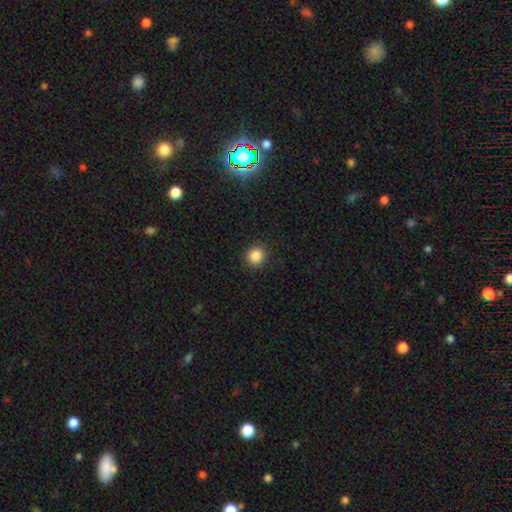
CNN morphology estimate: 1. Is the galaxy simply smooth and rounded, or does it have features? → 87% smooth, 10% star or artifact, 3% featured or disk.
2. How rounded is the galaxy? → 88% round, 11% in between, 1% cigar-shaped.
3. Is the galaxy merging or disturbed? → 90% none, 6% minor disturbance, 2% major disturbance, 1% merger.